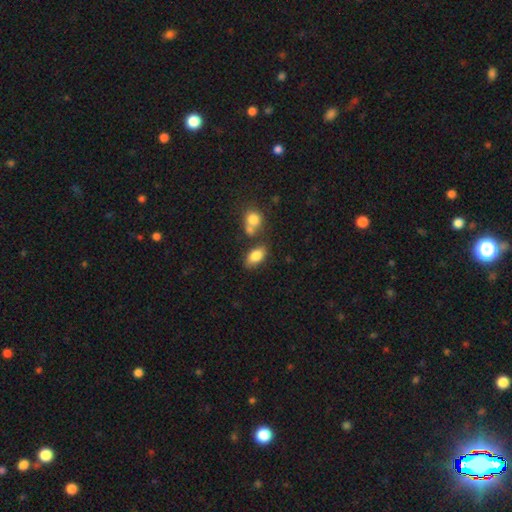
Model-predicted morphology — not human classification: smooth-or-featured: smooth: 82% | featured or disk: 10% | star or artifact: 8%
  how-rounded: in between: 91% | round: 6% | cigar-shaped: 3%
  merging: none: 67% | merger: 15% | minor disturbance: 13% | major disturbance: 4%